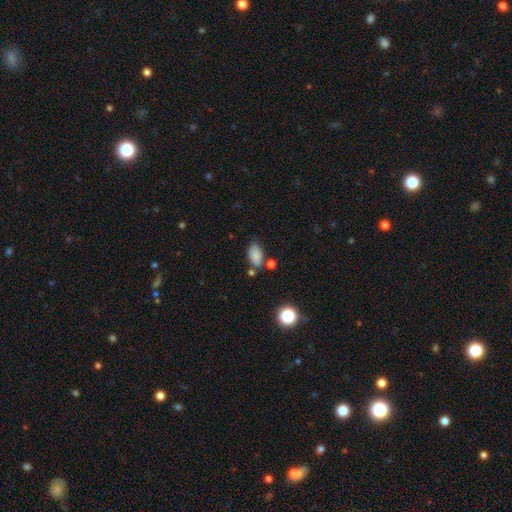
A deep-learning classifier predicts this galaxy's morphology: Overall: smooth (83%). How rounded: in between (91%). Merging: none (62%).